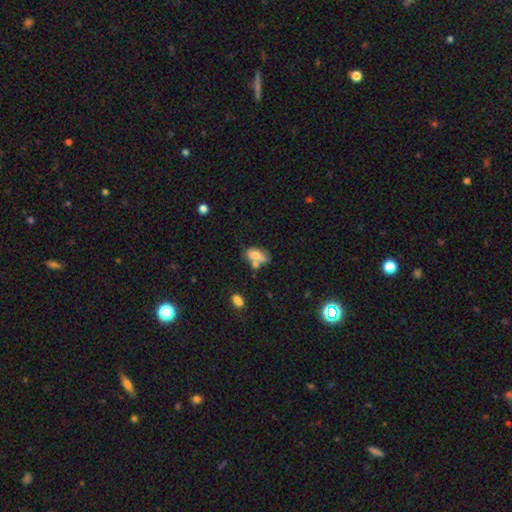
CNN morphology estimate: smooth_or_featured: smooth (p=0.73) [alt: featured or disk p=0.18]
how_rounded: in between (p=0.87) [alt: round p=0.07]
merging: merger (p=0.38) [alt: none p=0.37]